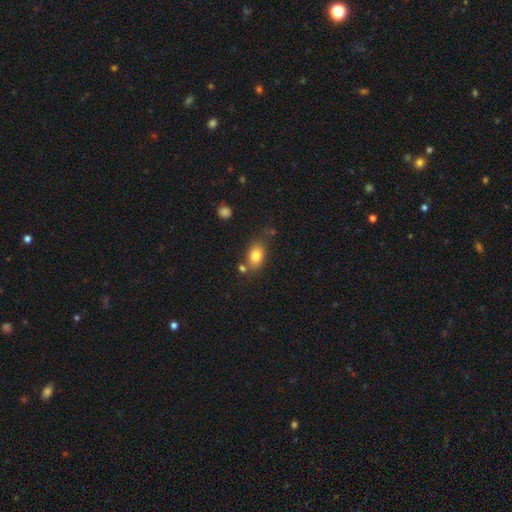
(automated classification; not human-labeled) Morphology: type=smooth (81%); roundness=in between (78%); merging=none (67%).